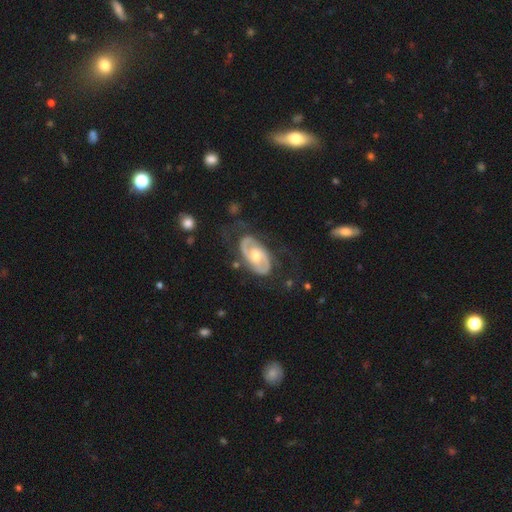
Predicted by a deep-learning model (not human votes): Smooth or featured? featured or disk (85%)
Edge-on disk? no (96%)
Bar? no (47%)
Spiral arms? yes (93%)
Spiral winding? tight (43%)
Spiral arm count? 2 (86%)
Bulge size? moderate (67%)
Merging? none (67%)